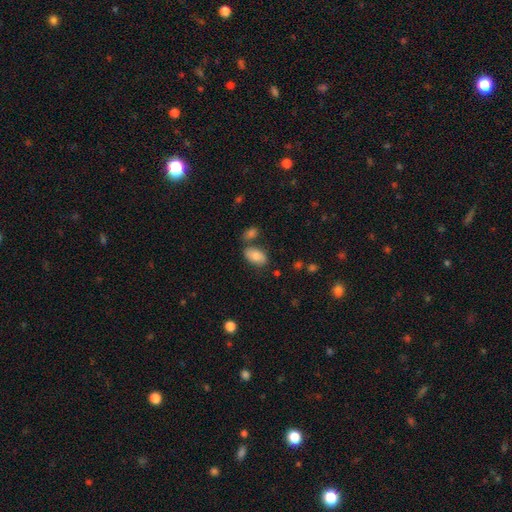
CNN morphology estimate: Smooth or featured? smooth (81%)
How rounded? in between (93%)
Merging? none (68%)